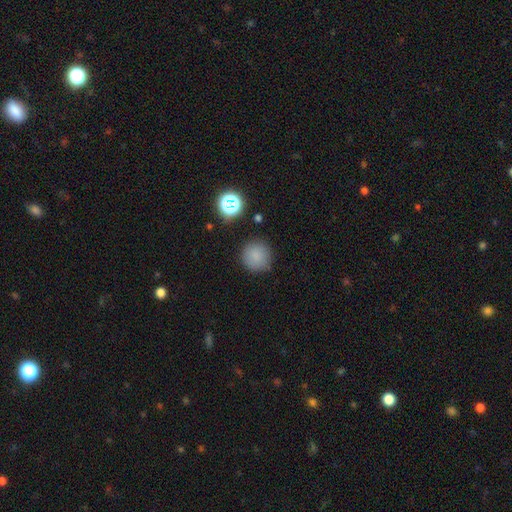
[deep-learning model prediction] Smooth or featured: smooth — 82% (star or artifact — 13%)
How rounded: round — 95% (in between — 4%)
Merging: none — 86% (minor disturbance — 9%)